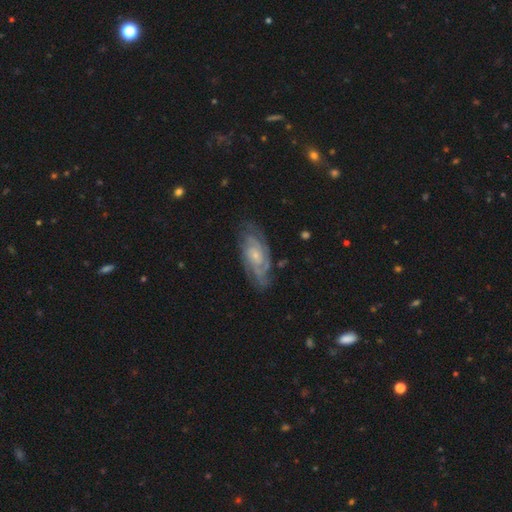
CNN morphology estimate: This is clearly a featured or disk galaxy (83%). It is clearly not viewed edge-on (94%). Bar: likely no (69%). Spiral arm pattern: clearly yes (95%). Spiral arm count: marginally 2 (32%). Spiral winding: possibly tight (60%). Central bulge: likely small (69%). Merging: likely none (73%).